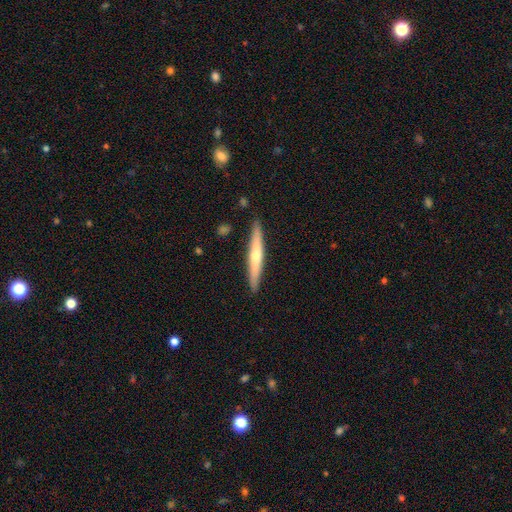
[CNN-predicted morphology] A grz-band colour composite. It shows a featured or disk galaxy (53%) viewed edge-on (95%). Merging: none (90%).